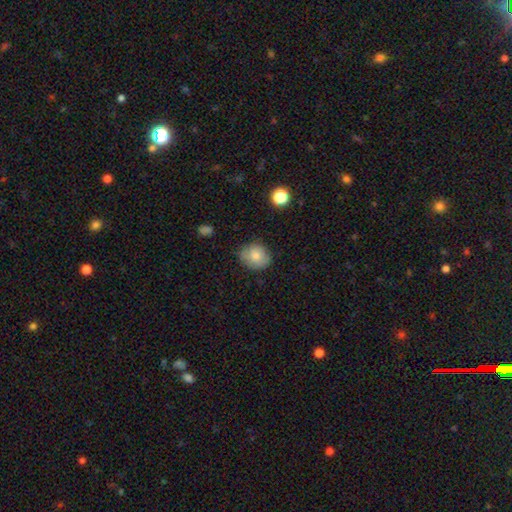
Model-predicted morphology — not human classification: smooth 79%, featured or disk 13%, star or artifact 8%. Down the decision tree: how rounded — round (67%); merging — none (75%).